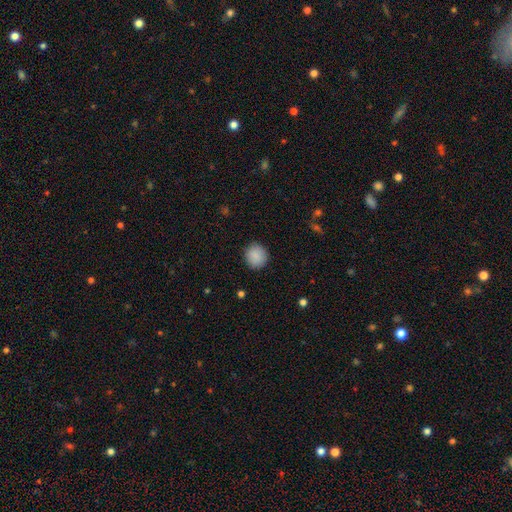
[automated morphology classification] smooth-or-featured: smooth: 89% | star or artifact: 7% | featured or disk: 3%
  how-rounded: round: 91% | in between: 8% | cigar-shaped: 1%
  merging: none: 90% | minor disturbance: 7% | major disturbance: 2% | merger: 1%